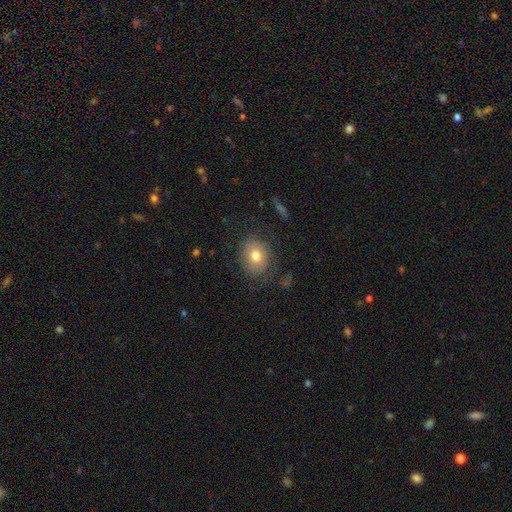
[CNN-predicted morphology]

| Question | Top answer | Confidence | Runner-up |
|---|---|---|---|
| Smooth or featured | smooth | 71% | featured or disk (19%) |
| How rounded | round | 65% | in between (34%) |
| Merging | none | 76% | minor disturbance (15%) |